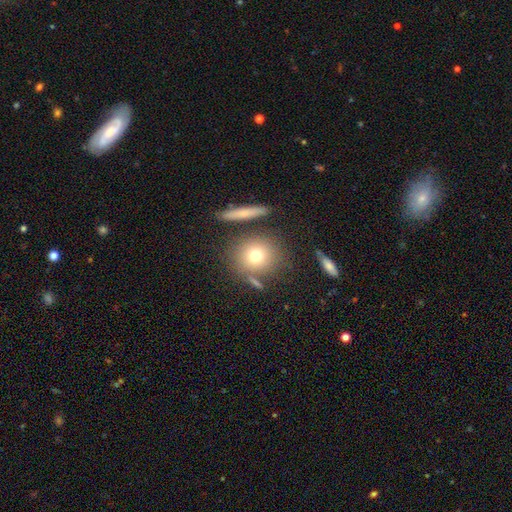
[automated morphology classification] smooth_or_featured: smooth (p=0.73) [alt: featured or disk p=0.15]
how_rounded: round (p=0.85) [alt: in between p=0.13]
merging: none (p=0.76) [alt: minor disturbance p=0.11]